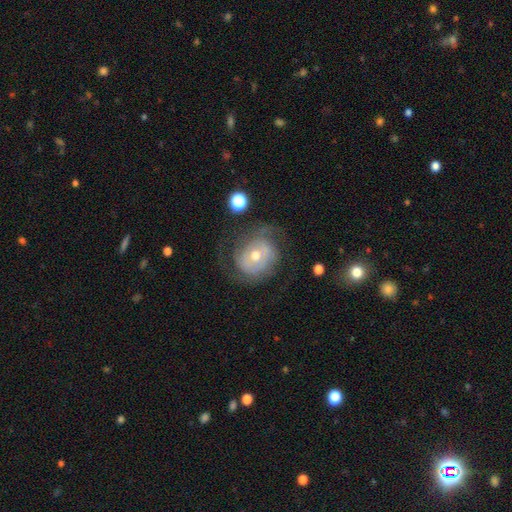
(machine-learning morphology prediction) Smooth or featured?
  - featured or disk: 67% *
  - smooth: 25%
  - star or artifact: 8%
Edge-on disk?
  - no: 97% *
  - yes: 3%
Bar?
  - no: 65% *
  - weak: 27%
  - strong: 8%
Spiral arms?
  - yes: 74% *
  - no: 26%
Bulge size?
  - moderate: 61% *
  - small: 34%
  - large: 3%
  - none: 1%
  - dominant: 1%
Merging?
  - none: 55% *
  - major disturbance: 22%
  - minor disturbance: 21%
  - merger: 2%